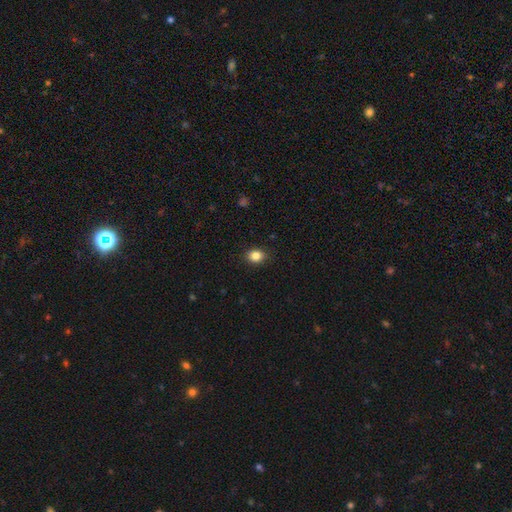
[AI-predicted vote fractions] This appears to be a smooth galaxy with no disk features (84%) that is round (52%). Merging: none (89%).